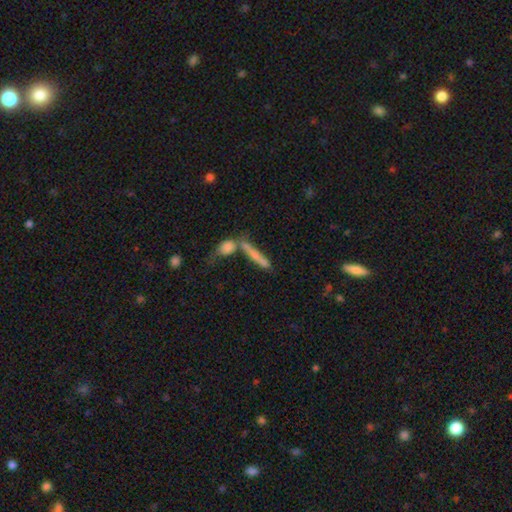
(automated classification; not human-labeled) Smooth or featured?
  - smooth: 60% *
  - featured or disk: 31%
  - star or artifact: 9%
How rounded?
  - cigar-shaped: 84% *
  - in between: 12%
  - round: 4%
Merging?
  - none: 44% *
  - merger: 36%
  - minor disturbance: 12%
  - major disturbance: 7%